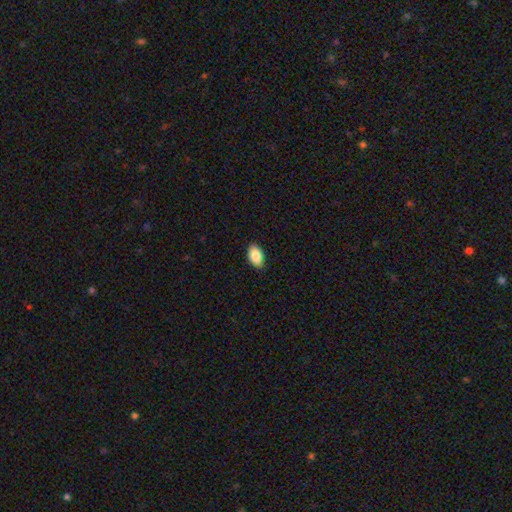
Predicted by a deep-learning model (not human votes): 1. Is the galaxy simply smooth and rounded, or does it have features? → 87% smooth, 7% star or artifact, 6% featured or disk.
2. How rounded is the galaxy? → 92% in between, 6% round, 2% cigar-shaped.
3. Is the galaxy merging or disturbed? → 88% none, 10% minor disturbance, 2% major disturbance, 1% merger.